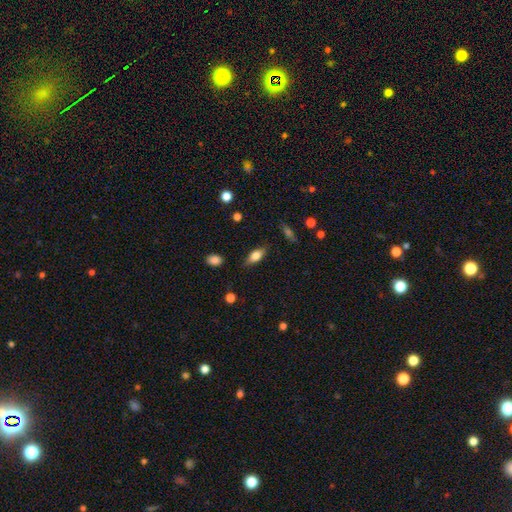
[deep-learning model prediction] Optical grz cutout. It shows a smooth galaxy with no disk features (71%) that is in between round and cigar-shaped (81%). Merging: none (80%).